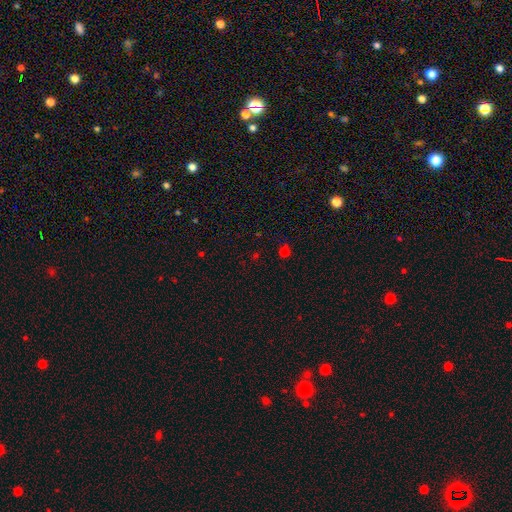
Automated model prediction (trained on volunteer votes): A smooth galaxy with no disk features (48%).

Vote fractions:
- Smooth or featured? smooth: 48% / star or artifact: 46% / featured or disk: 6%
- Merging? none: 81% / minor disturbance: 10% / major disturbance: 5% / merger: 4%